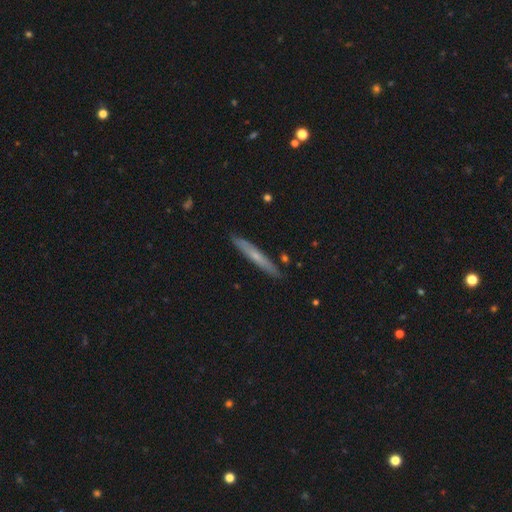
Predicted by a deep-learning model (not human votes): A smooth galaxy with no disk features (48%).

Vote fractions:
- Smooth or featured? smooth: 48% / featured or disk: 46% / star or artifact: 6%
- Merging? none: 89% / minor disturbance: 8% / merger: 2% / major disturbance: 1%